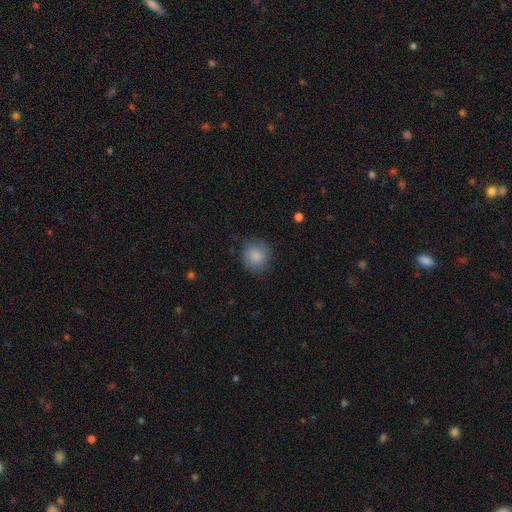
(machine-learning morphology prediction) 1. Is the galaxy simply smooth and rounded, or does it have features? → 86% smooth, 8% star or artifact, 7% featured or disk.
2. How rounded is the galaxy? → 89% round, 10% in between, 1% cigar-shaped.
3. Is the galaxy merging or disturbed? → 82% none, 13% minor disturbance, 4% major disturbance, 1% merger.